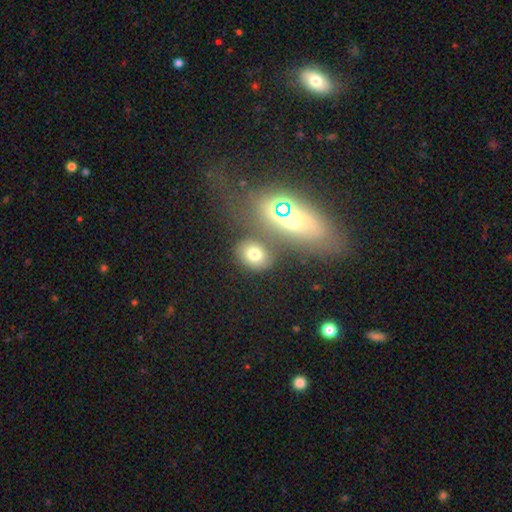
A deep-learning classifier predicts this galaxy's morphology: A smooth galaxy with no disk features (69%) that is round (54%).

Vote fractions:
- Smooth or featured? smooth: 69% / star or artifact: 19% / featured or disk: 12%
- How rounded? round: 54% / in between: 45% / cigar-shaped: 1%
- Merging? none: 70% / merger: 13% / minor disturbance: 12% / major disturbance: 5%